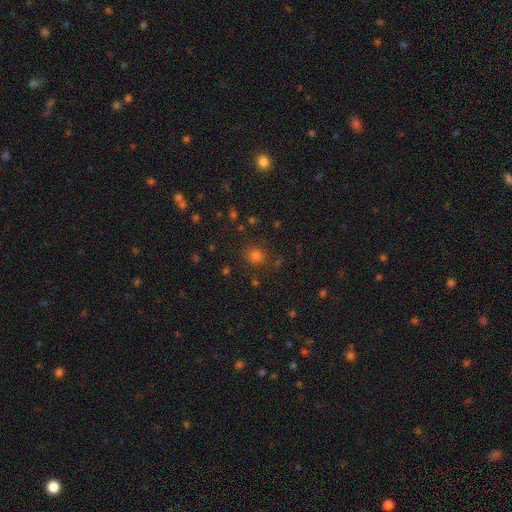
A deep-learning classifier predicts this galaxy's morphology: smooth_or_featured: smooth (p=0.71) [alt: star or artifact p=0.24]
how_rounded: round (p=0.87) [alt: in between p=0.12]
merging: none (p=0.83) [alt: minor disturbance p=0.10]